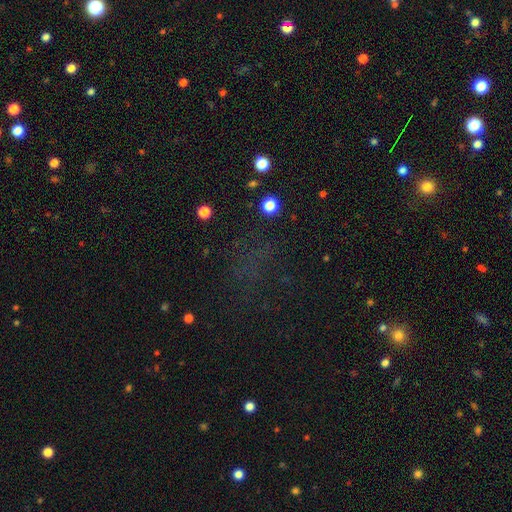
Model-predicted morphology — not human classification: A star or artifact, not a galaxy (56%).

Vote fractions:
- Smooth or featured? star or artifact: 56% / smooth: 31% / featured or disk: 13%